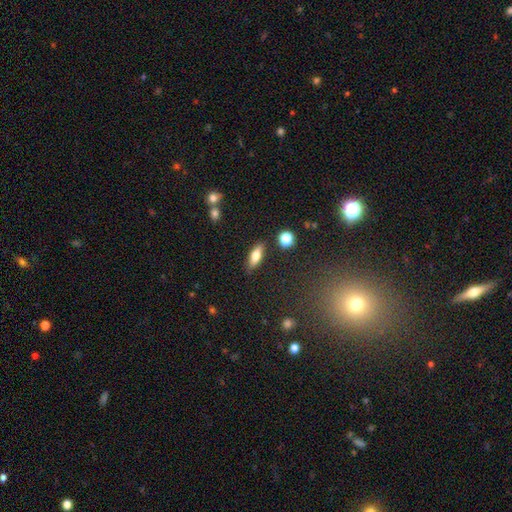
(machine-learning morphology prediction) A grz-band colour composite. It shows a smooth galaxy with no disk features (69%) that is in between round and cigar-shaped (66%). Merging: none (85%).